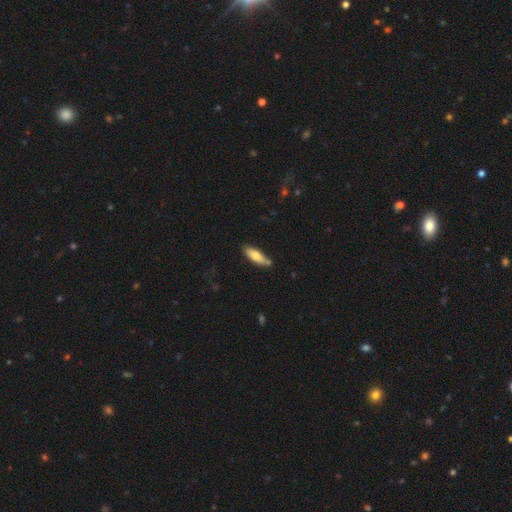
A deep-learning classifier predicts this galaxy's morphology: Overall: smooth (68%). How rounded: cigar-shaped (50%; in between 48%). Merging: none (74%).